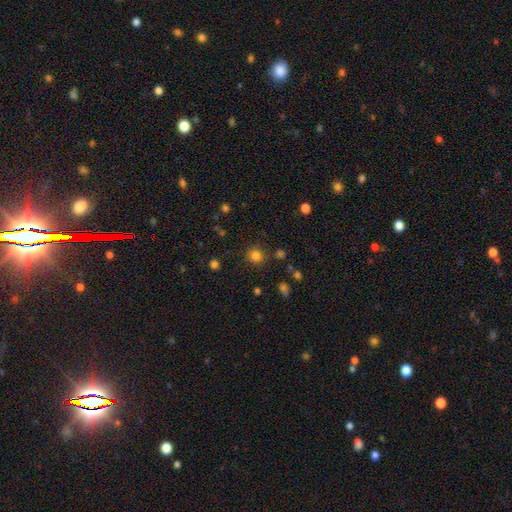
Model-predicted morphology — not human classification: type=smooth (80%); roundness=round (91%); merging=none (85%).